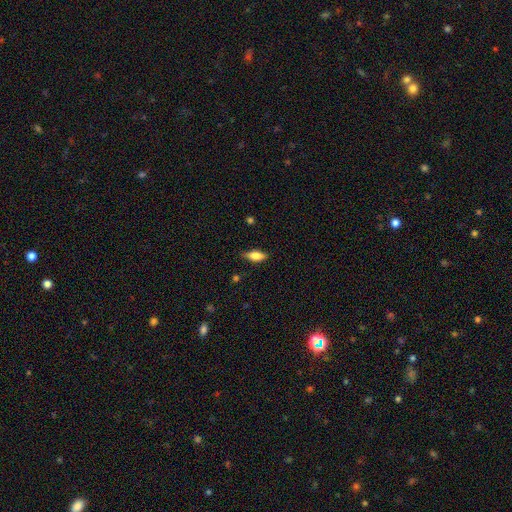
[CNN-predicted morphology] Smooth or featured?
  - smooth: 72% *
  - featured or disk: 20%
  - star or artifact: 7%
How rounded?
  - in between: 75% *
  - cigar-shaped: 23%
  - round: 3%
Merging?
  - none: 80% *
  - minor disturbance: 16%
  - major disturbance: 3%
  - merger: 1%